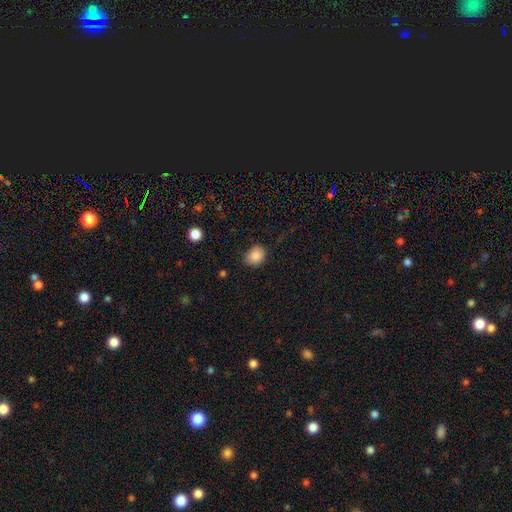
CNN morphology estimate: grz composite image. It shows a smooth galaxy with no disk features (86%) that is in between round and cigar-shaped (54%). Merging: none (70%).